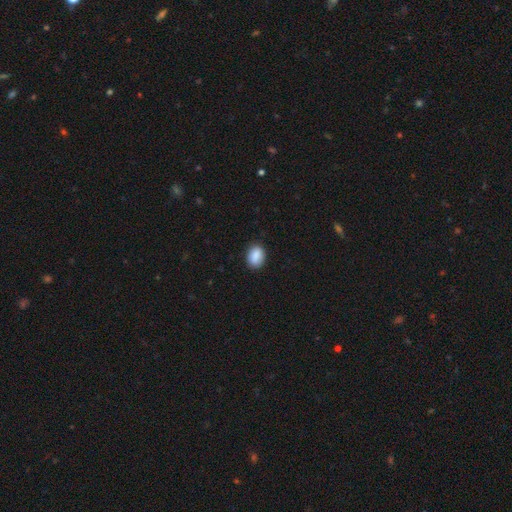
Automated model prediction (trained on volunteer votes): A smooth galaxy with no disk features (89%) that is in between round and cigar-shaped (75%). Merging: none (87%).